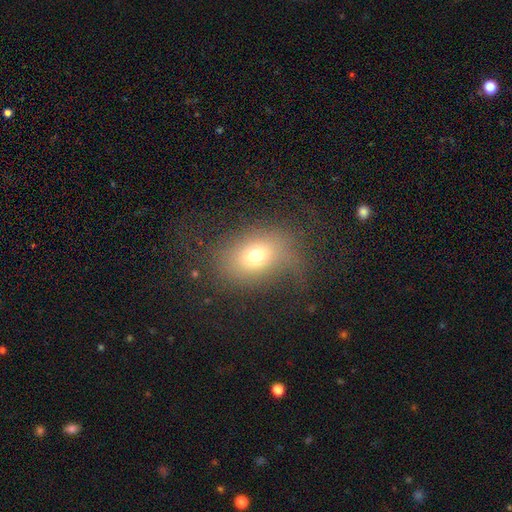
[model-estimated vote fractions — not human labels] Smooth or featured: smooth — 68% (featured or disk — 18%)
How rounded: in between — 67% (round — 31%)
Merging: none — 54% (major disturbance — 23%)